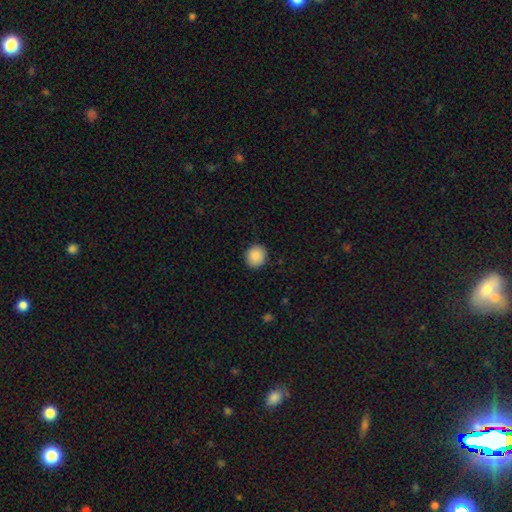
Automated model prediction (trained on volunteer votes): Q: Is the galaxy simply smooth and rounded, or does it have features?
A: smooth — 88%.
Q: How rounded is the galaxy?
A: round — 84%.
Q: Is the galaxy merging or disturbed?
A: none — 90%.